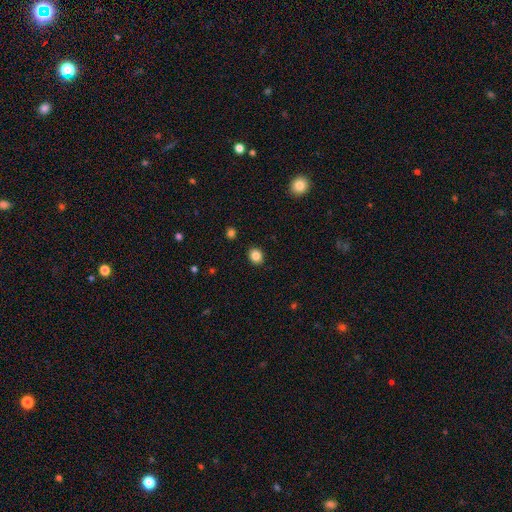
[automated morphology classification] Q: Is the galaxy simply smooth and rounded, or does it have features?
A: smooth — 85%.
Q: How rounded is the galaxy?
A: round — 64%.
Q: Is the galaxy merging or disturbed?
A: none — 91%.